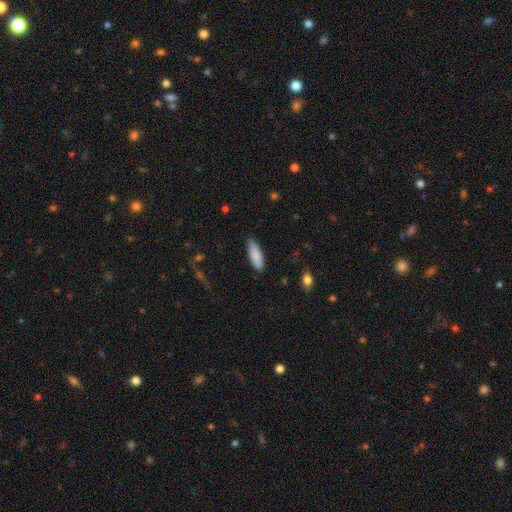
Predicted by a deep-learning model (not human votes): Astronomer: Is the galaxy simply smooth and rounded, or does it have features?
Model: smooth — 86%.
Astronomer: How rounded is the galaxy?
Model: in between — 54% (runner-up: cigar-shaped, 44%).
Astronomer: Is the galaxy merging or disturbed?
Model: none — 87%.